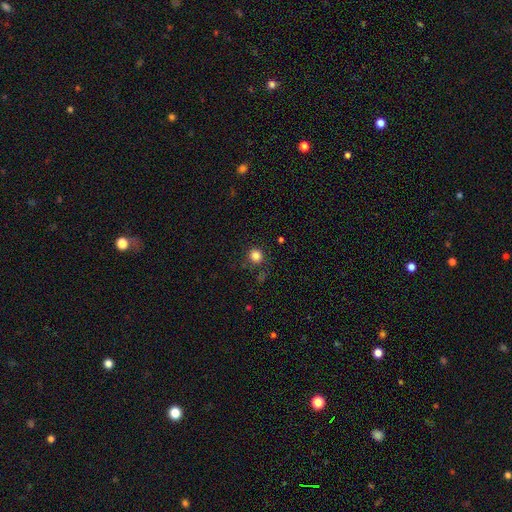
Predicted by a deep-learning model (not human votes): The model was most divided on "smooth or featured": smooth: 84%, star or artifact: 12%, featured or disk: 4%. More confident: how rounded — round (92%); merging — none (84%).